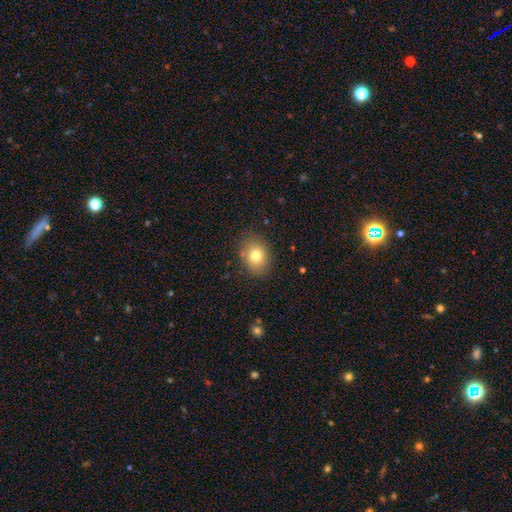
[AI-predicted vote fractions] A smooth galaxy with no disk features (78%) that is in between round and cigar-shaped (56%). Merging: none (83%).